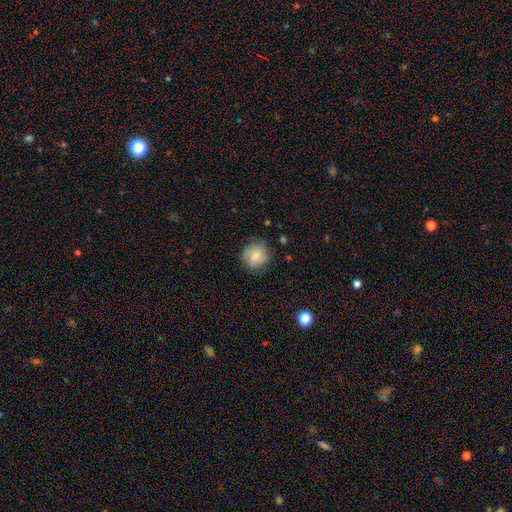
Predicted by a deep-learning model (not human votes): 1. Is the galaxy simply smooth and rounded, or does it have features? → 81% smooth, 11% featured or disk, 8% star or artifact.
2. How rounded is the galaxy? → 85% round, 14% in between, 1% cigar-shaped.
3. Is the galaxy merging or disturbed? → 78% none, 17% minor disturbance, 4% major disturbance, 1% merger.